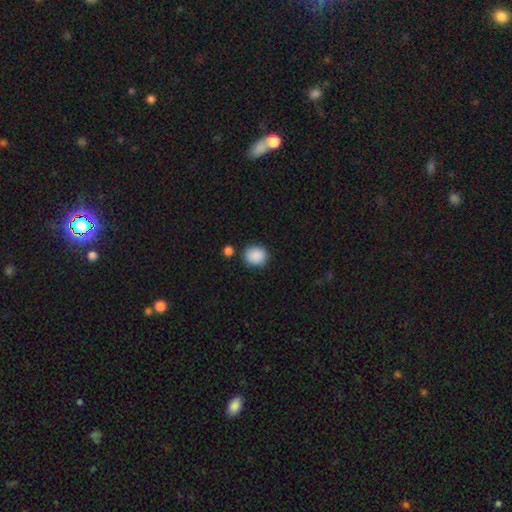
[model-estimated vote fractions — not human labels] The model was most divided on "how rounded": round: 77%, in between: 22%, cigar-shaped: 1%. More confident: smooth or featured — smooth (89%); merging — none (81%).